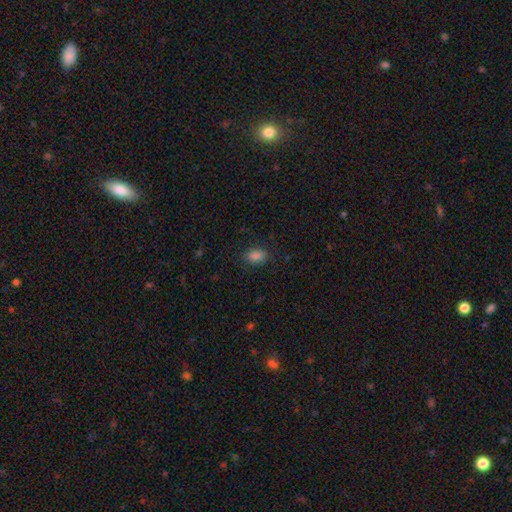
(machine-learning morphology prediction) Q: Smooth or featured?
A: smooth (84%); runner-up: star or artifact (12%)
Q: How rounded?
A: in between (87%); runner-up: round (12%)
Q: Merging?
A: none (84%); runner-up: minor disturbance (12%)